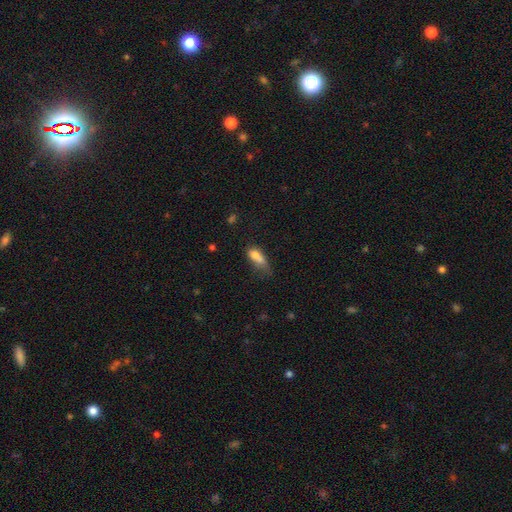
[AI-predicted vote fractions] A smooth galaxy with no disk features (72%) that is in between round and cigar-shaped (70%). Merging: major disturbance (27%).